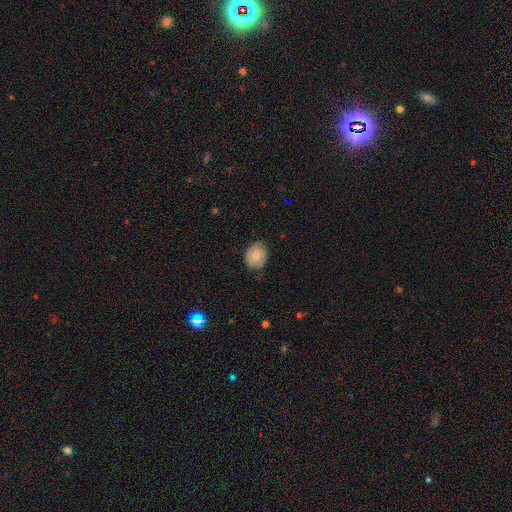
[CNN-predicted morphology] Q: Smooth or featured?
A: smooth (68%); runner-up: featured or disk (25%)
Q: How rounded?
A: round (54%); runner-up: in between (46%)
Q: Merging?
A: none (77%); runner-up: minor disturbance (19%)